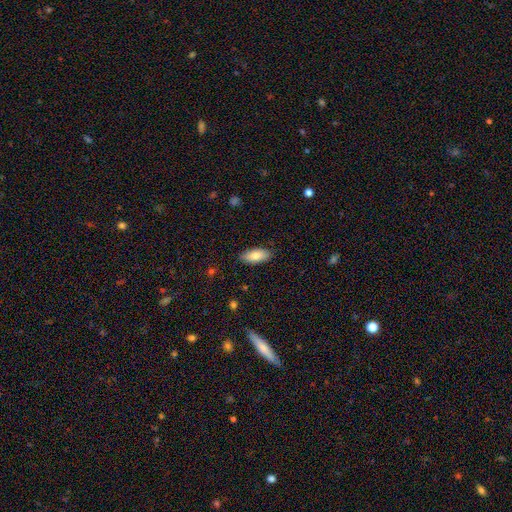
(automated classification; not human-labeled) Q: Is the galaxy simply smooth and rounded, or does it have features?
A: smooth — 82%.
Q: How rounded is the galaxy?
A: in between — 85%.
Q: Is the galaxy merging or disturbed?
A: none — 88%.